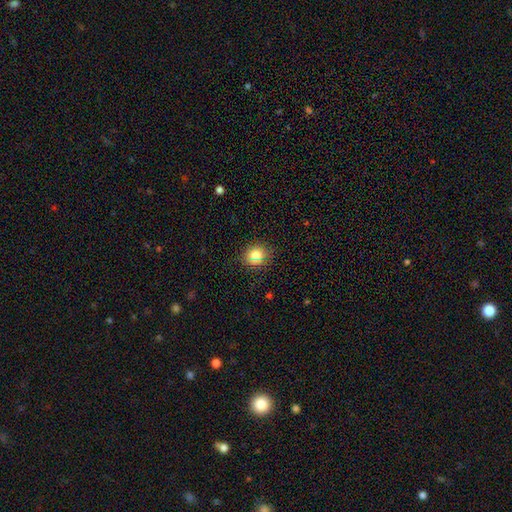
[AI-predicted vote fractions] smooth-or-featured: smooth: 80% | star or artifact: 12% | featured or disk: 8%
  how-rounded: round: 80% | in between: 19% | cigar-shaped: 1%
  merging: none: 88% | minor disturbance: 9% | major disturbance: 2% | merger: 1%